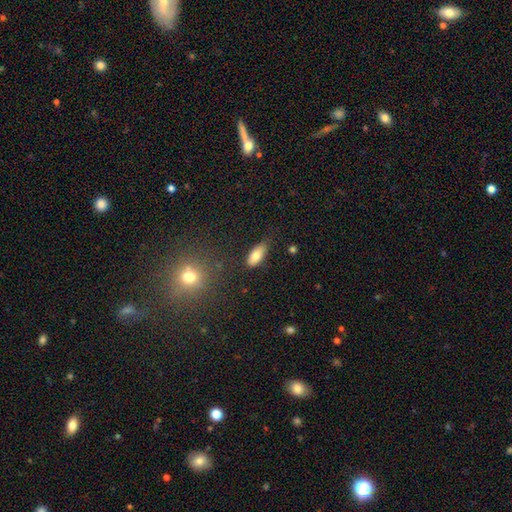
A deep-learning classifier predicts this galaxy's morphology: Smooth or featured: smooth — 81% (featured or disk — 11%)
How rounded: in between — 87% (cigar-shaped — 10%)
Merging: none — 75% (minor disturbance — 19%)